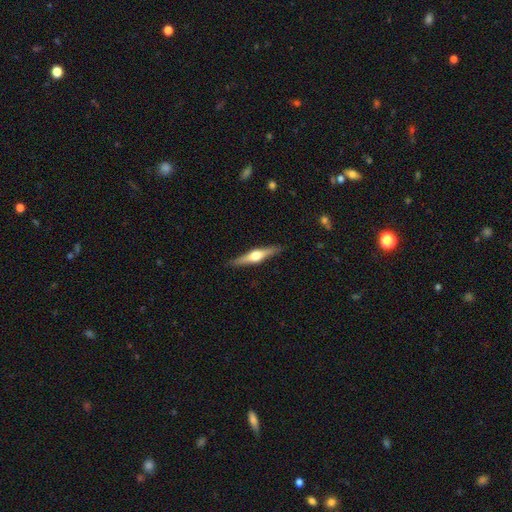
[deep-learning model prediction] Morphology: type=featured or disk (72%); edge-on=yes (98%); edge-on bulge=rounded (94%); merging=none (90%).